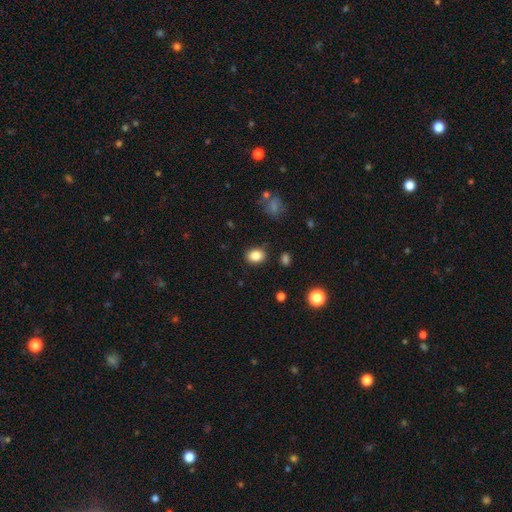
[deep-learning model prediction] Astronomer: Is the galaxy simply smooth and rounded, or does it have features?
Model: smooth — 84%.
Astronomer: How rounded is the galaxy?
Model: in between — 60% (runner-up: round, 39%).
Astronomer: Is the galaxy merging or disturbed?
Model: none — 86%.